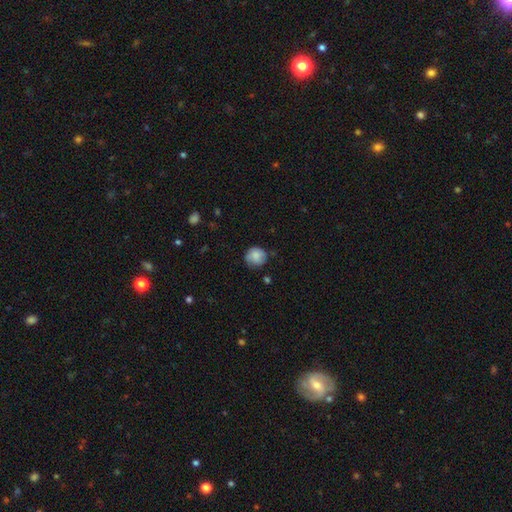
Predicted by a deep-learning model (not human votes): smooth-or-featured: smooth: 78% | featured or disk: 14% | star or artifact: 8%
  how-rounded: round: 87% | in between: 12% | cigar-shaped: 1%
  merging: none: 68% | minor disturbance: 24% | major disturbance: 6% | merger: 2%